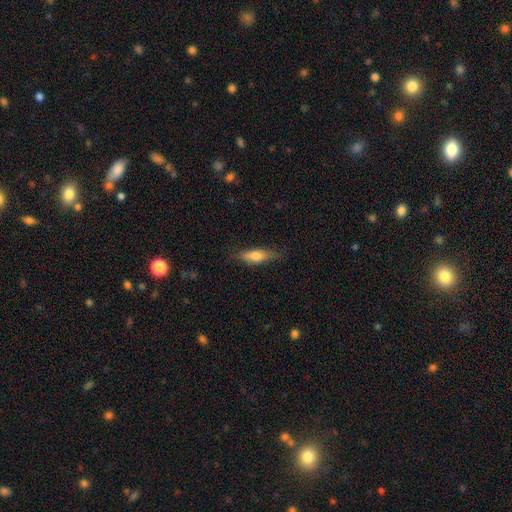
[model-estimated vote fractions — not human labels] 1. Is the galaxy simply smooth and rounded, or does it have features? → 66% smooth, 27% featured or disk, 6% star or artifact.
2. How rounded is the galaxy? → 50% cigar-shaped, 47% in between, 3% round.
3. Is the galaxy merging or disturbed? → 75% none, 19% minor disturbance, 5% major disturbance, 1% merger.